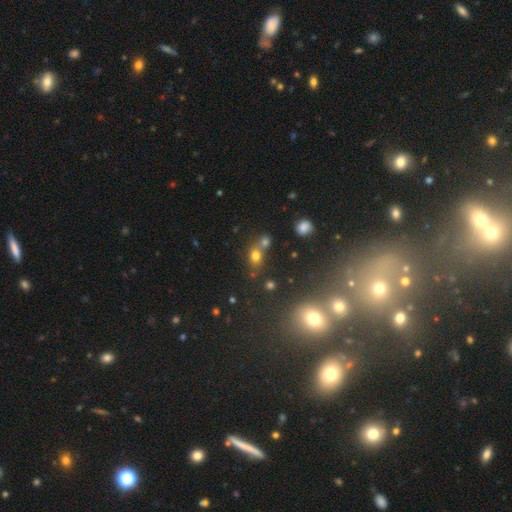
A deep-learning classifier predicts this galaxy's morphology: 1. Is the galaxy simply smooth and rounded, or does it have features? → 70% smooth, 19% star or artifact, 11% featured or disk.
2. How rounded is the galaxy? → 51% round, 46% in between, 3% cigar-shaped.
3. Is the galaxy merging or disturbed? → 43% merger, 42% none, 10% minor disturbance, 5% major disturbance.